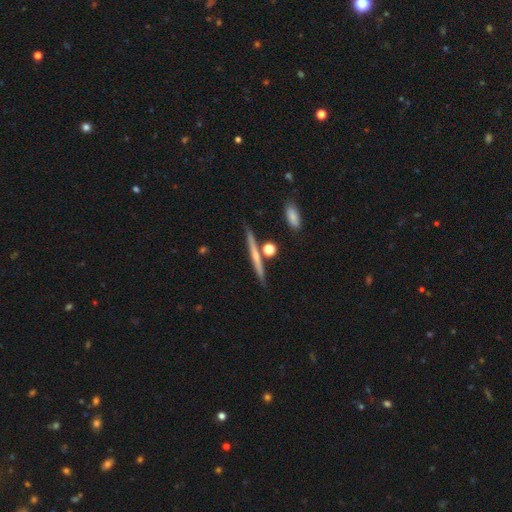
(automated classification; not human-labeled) Smooth or featured?
  - featured or disk: 58% *
  - smooth: 34%
  - star or artifact: 7%
Edge-on disk?
  - yes: 96% *
  - no: 4%
Edge-on bulge?
  - rounded: 47% * (tied)
  - none: 47% * (tied)
  - boxy: 7%
Merging?
  - none: 83% *
  - minor disturbance: 8%
  - merger: 6%
  - major disturbance: 2%